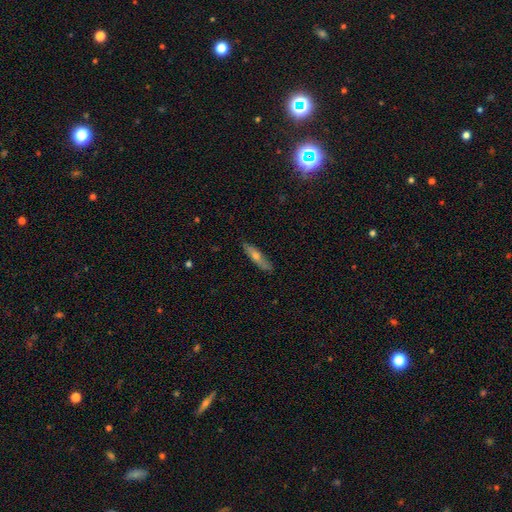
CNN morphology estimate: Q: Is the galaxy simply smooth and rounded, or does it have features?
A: smooth — 50%.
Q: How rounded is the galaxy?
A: cigar-shaped — 80%.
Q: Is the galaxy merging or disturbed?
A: none — 85%.